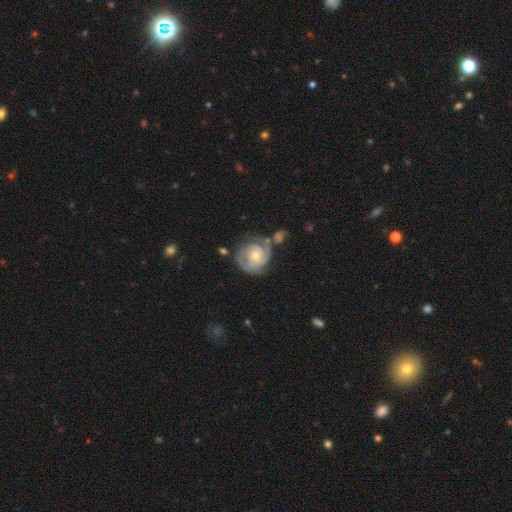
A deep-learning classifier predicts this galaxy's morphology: Q: Smooth or featured?
A: featured or disk (82%); runner-up: smooth (13%)
Q: Edge-on disk?
A: no (98%); runner-up: yes (2%)
Q: Bar?
A: no (71%); runner-up: weak (24%)
Q: Spiral arms?
A: yes (94%); runner-up: no (6%)
Q: Spiral winding?
A: tight (65%); runner-up: medium (28%)
Q: Spiral arm count?
A: 2 (52%); runner-up: can't tell (19%)
Q: Bulge size?
A: moderate (48%); tied with: small (48%)
Q: Merging?
A: none (51%); runner-up: minor disturbance (22%)